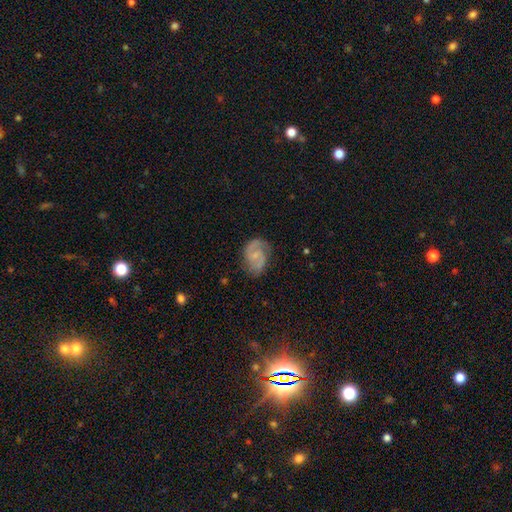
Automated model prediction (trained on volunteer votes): Overall: featured or disk (77%). Edge-on disk: no (98%). Bar: no (47%; weak 45%). Spiral arms: yes (95%). Spiral arm count: 2 (86%). Spiral winding: medium (52%; tight 26%). Bulge size: small (60%; none 22%). Merging: none (71%).